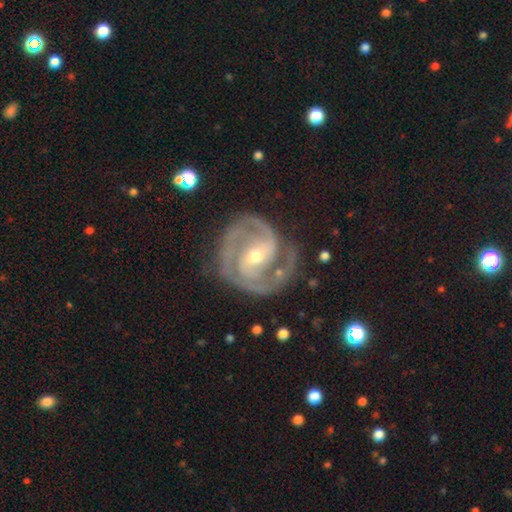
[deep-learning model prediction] A featured or disk galaxy (92%) with a weak bar (39%), 2 (79%) tight (53%) spiral arms (98%) and a moderate central bulge (51%).

Vote fractions:
- Smooth or featured? featured or disk: 92% / star or artifact: 4% / smooth: 4%
- Edge-on disk? no: 98% / yes: 2%
- Bar? weak: 39% / no: 31% / strong: 30%
- Spiral arms? yes: 98% / no: 2%
- Spiral winding? tight: 53% / medium: 41% / loose: 6%
- Spiral arm count? 2: 79% / 3: 11% / can't tell: 4% / 1: 2% / 4: 2% / more than 4: 2%
- Bulge size? moderate: 51% / small: 46% / large: 2% / none: 1% / dominant: 1%
- Merging? none: 75% / minor disturbance: 16% / major disturbance: 7% / merger: 2%